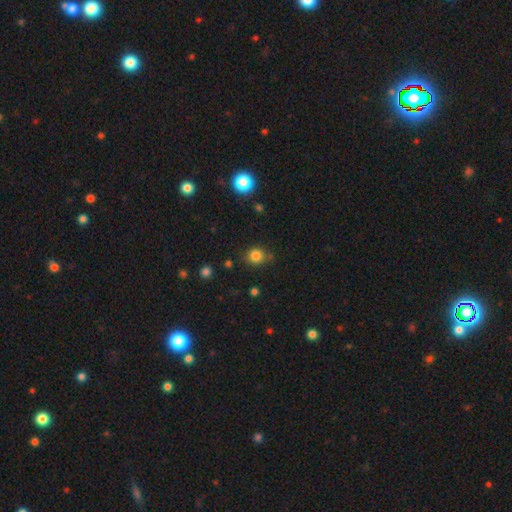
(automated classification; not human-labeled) Smooth or featured? Predicted: smooth (p=0.82). How rounded? Predicted: round (p=0.82). Merging? Predicted: none (p=0.76).